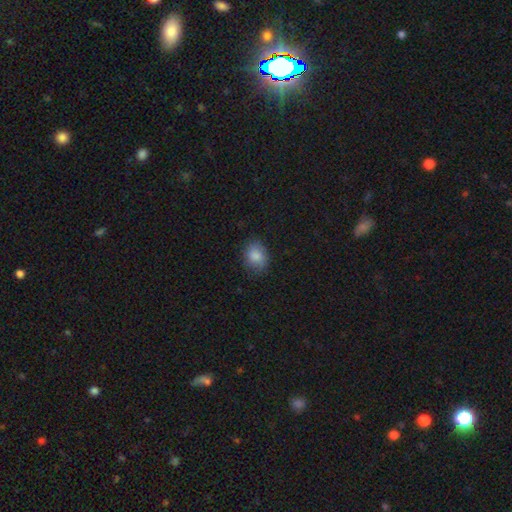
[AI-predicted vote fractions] A smooth galaxy with no disk features (85%) that is in between round and cigar-shaped (57%). Merging: none (78%).